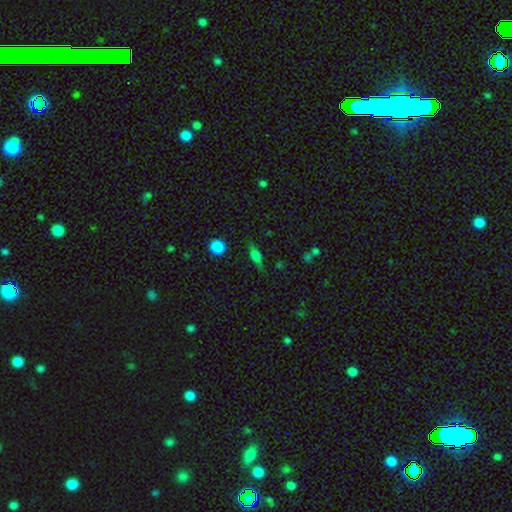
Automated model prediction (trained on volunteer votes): Q: Smooth or featured?
A: smooth (58%); runner-up: featured or disk (31%)
Q: How rounded?
A: in between (55%); runner-up: cigar-shaped (34%)
Q: Merging?
A: none (80%); runner-up: minor disturbance (14%)